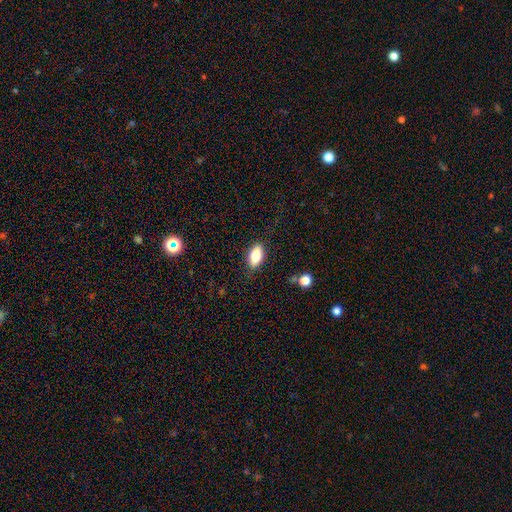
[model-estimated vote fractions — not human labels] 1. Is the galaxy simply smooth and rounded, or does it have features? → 78% smooth, 14% featured or disk, 8% star or artifact.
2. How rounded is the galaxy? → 88% in between, 7% cigar-shaped, 5% round.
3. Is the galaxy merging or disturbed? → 83% none, 12% minor disturbance, 3% major disturbance, 2% merger.